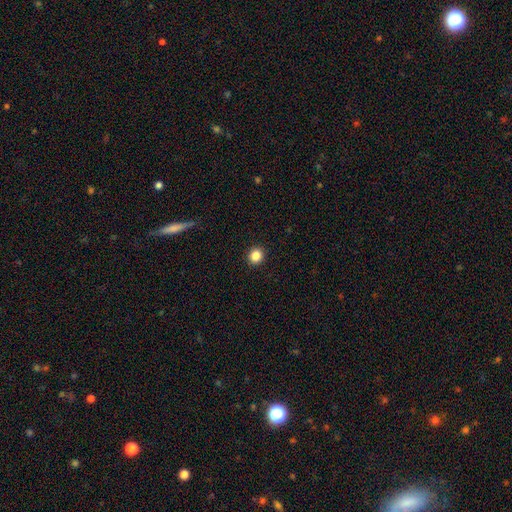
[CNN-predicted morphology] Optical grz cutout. It shows a smooth galaxy with no disk features (86%) that is round (85%). Merging: none (93%).